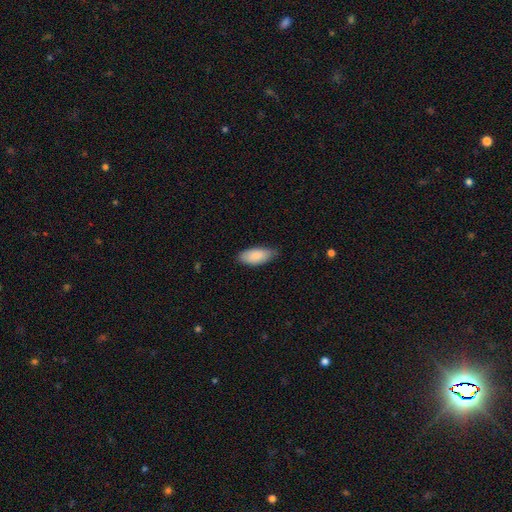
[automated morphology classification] smooth-or-featured: smooth: 87% | featured or disk: 7% | star or artifact: 6%
  how-rounded: in between: 90% | cigar-shaped: 8% | round: 2%
  merging: none: 75% | minor disturbance: 21% | major disturbance: 3% | merger: 1%